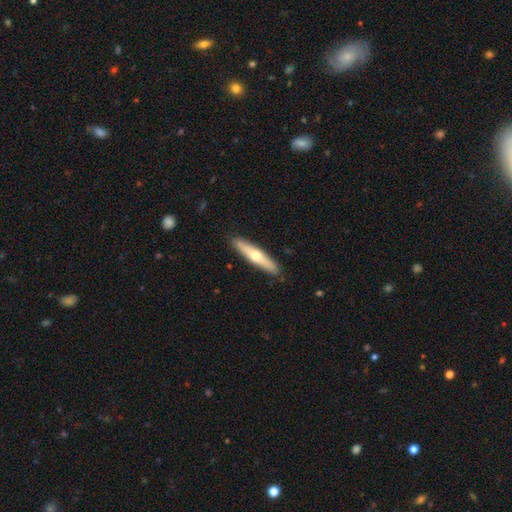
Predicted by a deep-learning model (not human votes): smooth_or_featured: smooth (p=0.50) [alt: featured or disk p=0.45]
merging: none (p=0.89) [alt: minor disturbance p=0.08]